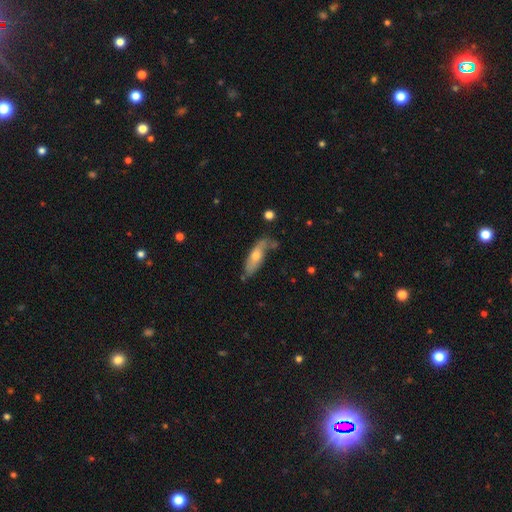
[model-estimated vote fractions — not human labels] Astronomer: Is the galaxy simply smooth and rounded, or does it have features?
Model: smooth — 52% (runner-up: featured or disk, 41%).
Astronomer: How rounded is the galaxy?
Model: cigar-shaped — 50% (runner-up: in between, 48%).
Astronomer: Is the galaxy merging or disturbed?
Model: none — 54%.